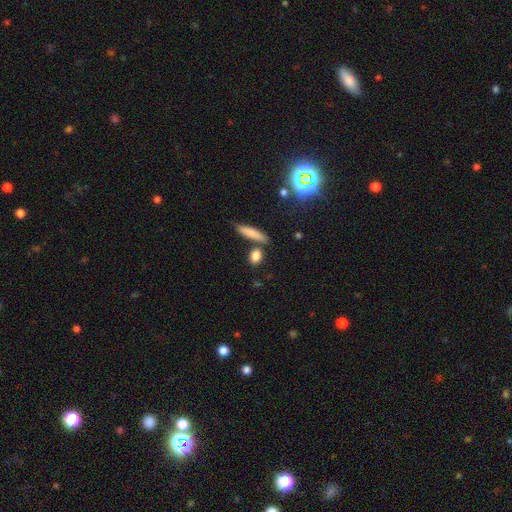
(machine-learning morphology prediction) Smooth or featured?
  - smooth: 83% *
  - star or artifact: 9%
  - featured or disk: 8%
How rounded?
  - in between: 50% *
  - round: 27%
  - cigar-shaped: 24%
Merging?
  - none: 72% *
  - merger: 14%
  - minor disturbance: 11%
  - major disturbance: 3%